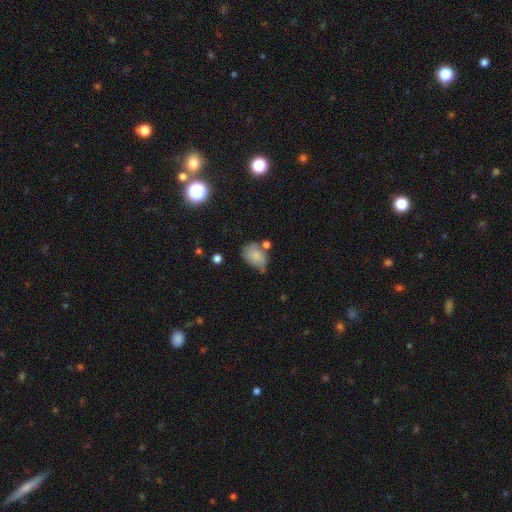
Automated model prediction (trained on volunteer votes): Morphology: type=smooth (70%); roundness=in between (69%); merging=none (41%).